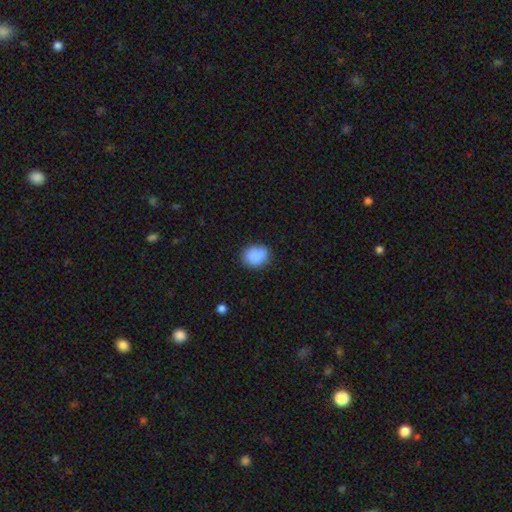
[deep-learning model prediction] This appears to be a smooth galaxy with no disk features (87%) that is round (51%). Merging: none (77%).